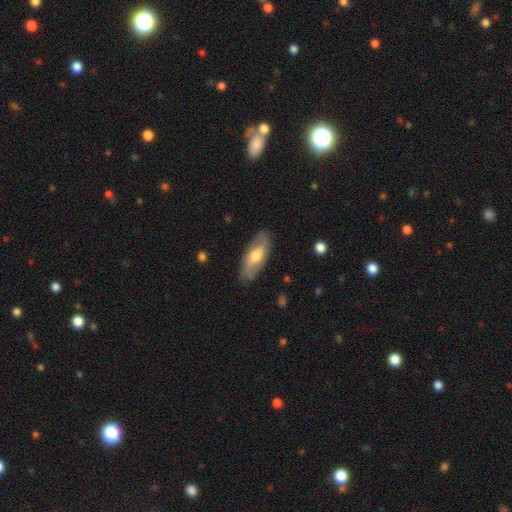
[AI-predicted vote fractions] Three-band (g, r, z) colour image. It shows a smooth galaxy with no disk features (55%) that is in between round and cigar-shaped (80%). Merging: none (81%).